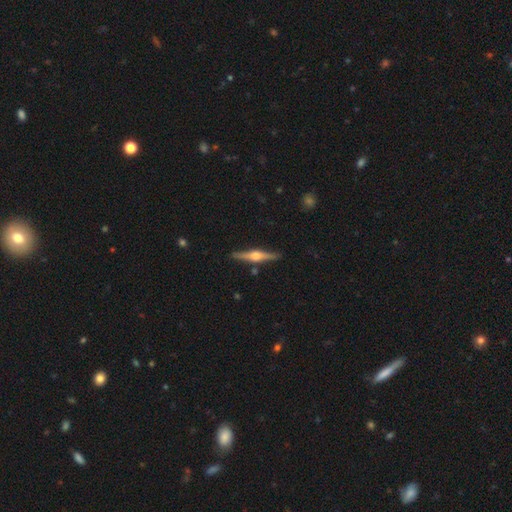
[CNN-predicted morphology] The model was most divided on "smooth or featured": featured or disk: 77%, smooth: 18%, star or artifact: 5%. More confident: edge-on disk — yes (98%); edge-on bulge — rounded (92%); merging — none (89%).